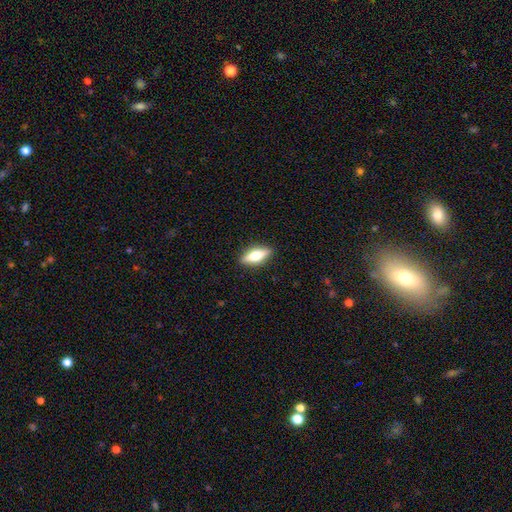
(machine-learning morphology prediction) Smooth or featured: smooth — 48% (featured or disk — 46%)
Merging: none — 89% (minor disturbance — 8%)